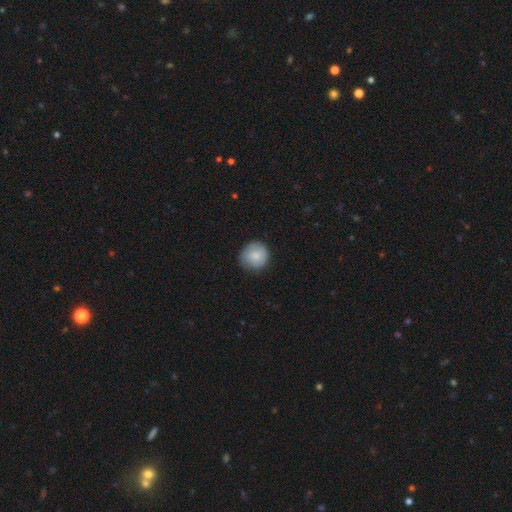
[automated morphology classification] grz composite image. It shows a smooth galaxy with no disk features (83%) that is round (92%). Merging: none (83%).